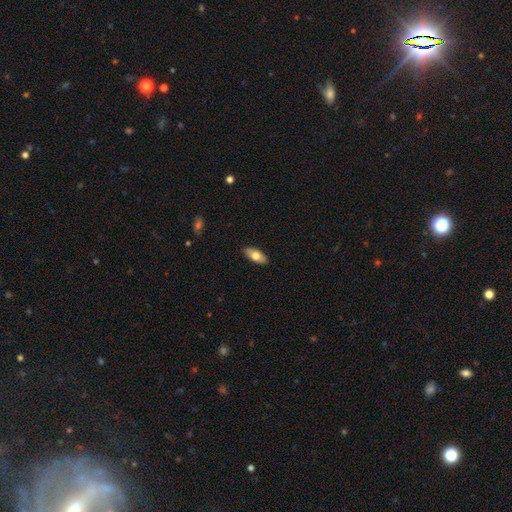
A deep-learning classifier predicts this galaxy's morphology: A smooth galaxy with no disk features (73%) that is in between round and cigar-shaped (85%). Merging: none (89%).